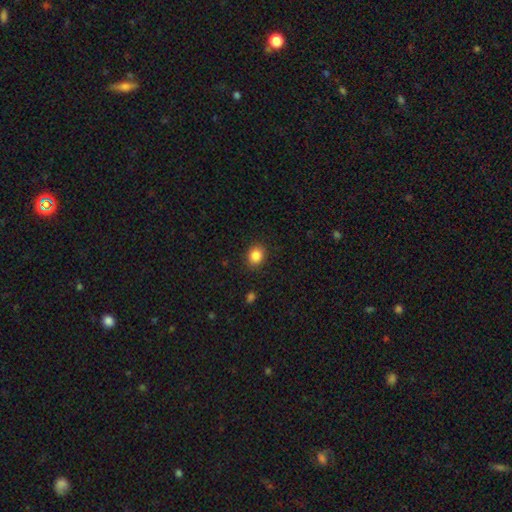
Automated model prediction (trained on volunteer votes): A smooth galaxy with no disk features (86%) that is round (57%). Merging: none (89%).